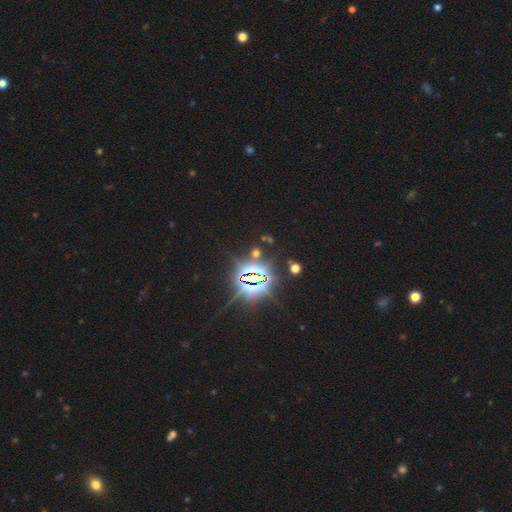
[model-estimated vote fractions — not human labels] smooth_or_featured: star or artifact (p=0.85) [alt: smooth p=0.08]